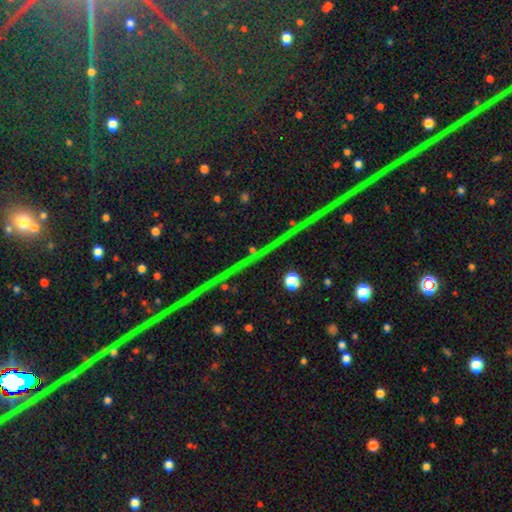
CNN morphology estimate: type=star or artifact (86%).